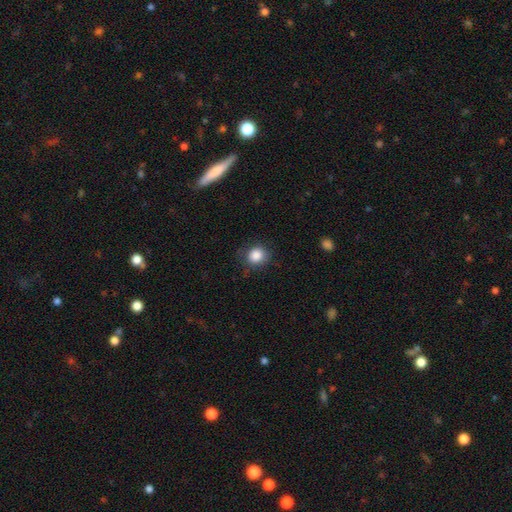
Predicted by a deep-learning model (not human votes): This appears to be a smooth galaxy with no disk features (86%) that is round (83%). Merging: none (78%).